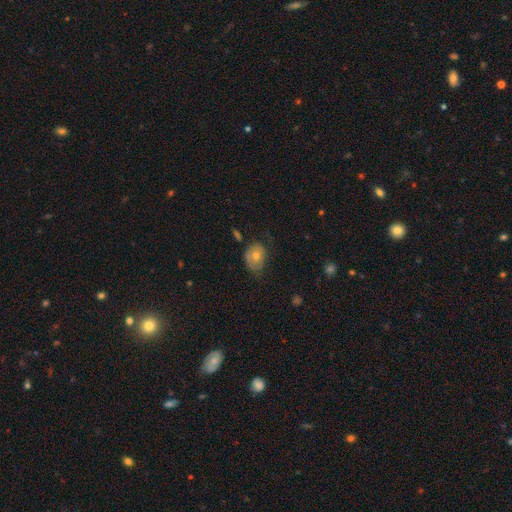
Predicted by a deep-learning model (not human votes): Smooth or featured? smooth (59%)
How rounded? in between (56%)
Merging? none (54%)